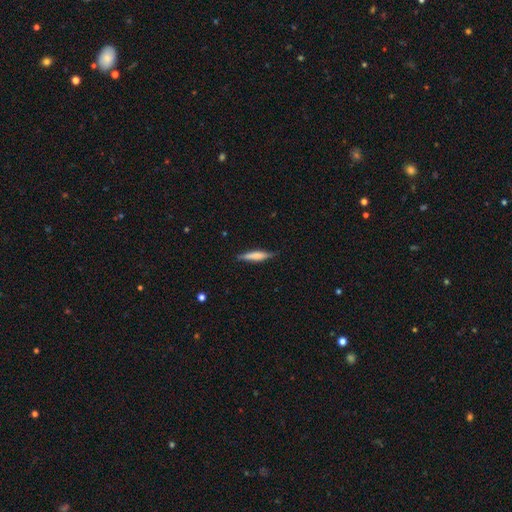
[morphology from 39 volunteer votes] type=smooth (64%); roundness=cigar-shaped (76%); merging=none (75%).